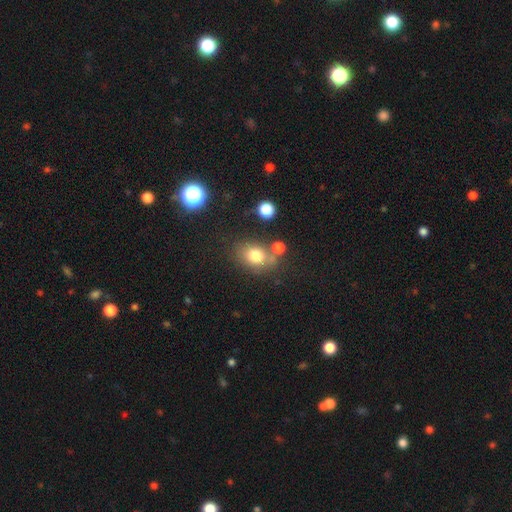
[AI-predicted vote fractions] Overall: smooth (75%). How rounded: in between (56%; round 42%). Merging: none (61%).